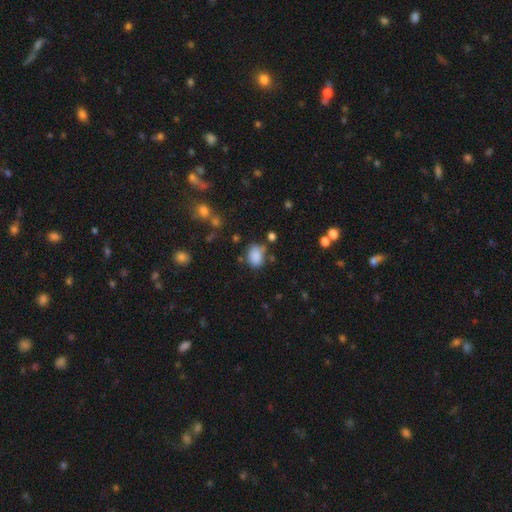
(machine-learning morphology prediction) smooth_or_featured: smooth (p=0.85) [alt: star or artifact p=0.10]
how_rounded: in between (p=0.67) [alt: round p=0.32]
merging: none (p=0.63) [alt: minor disturbance p=0.22]